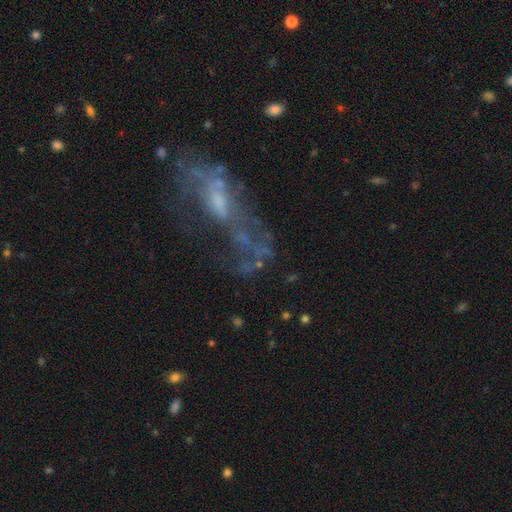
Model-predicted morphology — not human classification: type=featured or disk (62%); edge-on=no (89%); bar=no (62%); spiral arms=no (63%); bulge=small (39%); merging=major disturbance (37%).